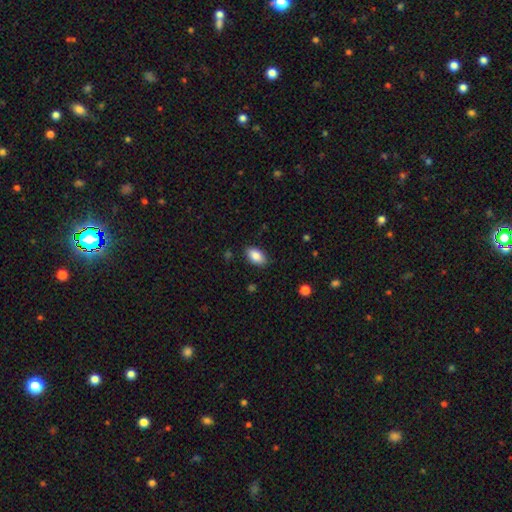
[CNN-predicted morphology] smooth 86%, star or artifact 8%, featured or disk 6%. Down the decision tree: how rounded — in between (92%); merging — none (84%).